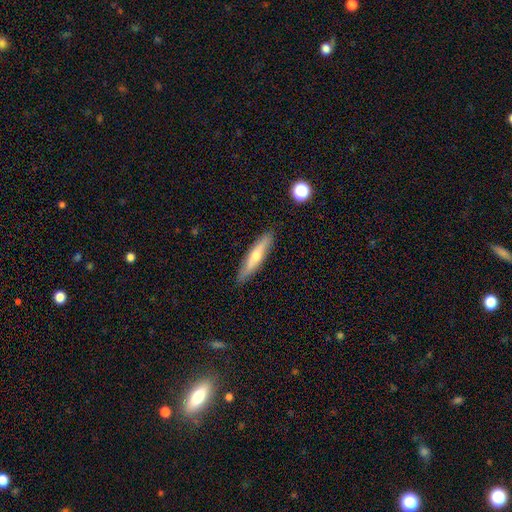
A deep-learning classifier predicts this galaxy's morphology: Smooth or featured: featured or disk — 50% (smooth — 44%)
Merging: none — 88% (minor disturbance — 9%)